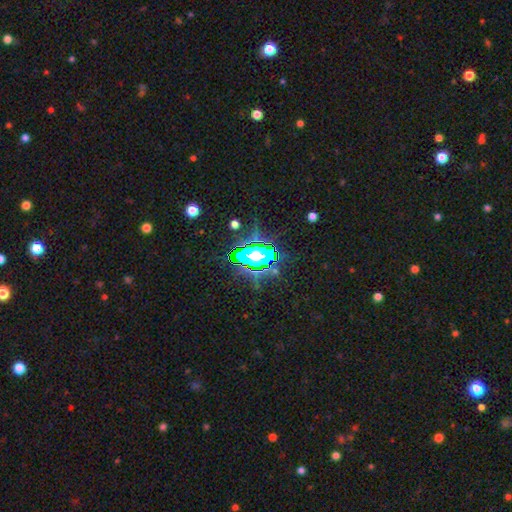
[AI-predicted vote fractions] Smooth or featured?
  - star or artifact: 63% *
  - smooth: 21%
  - featured or disk: 16%